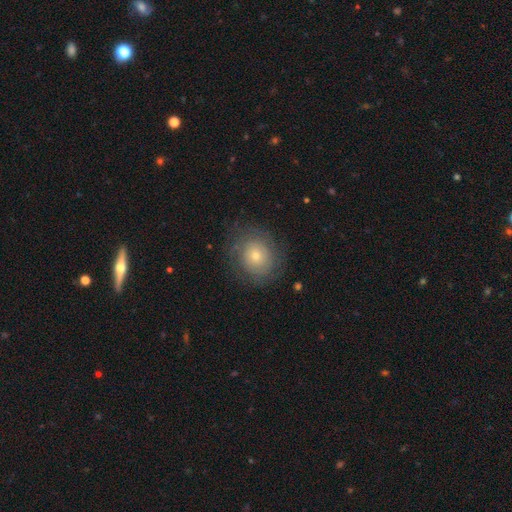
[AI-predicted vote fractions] This appears to be a smooth galaxy with no disk features (53%) that is round (80%). Merging: none (78%).